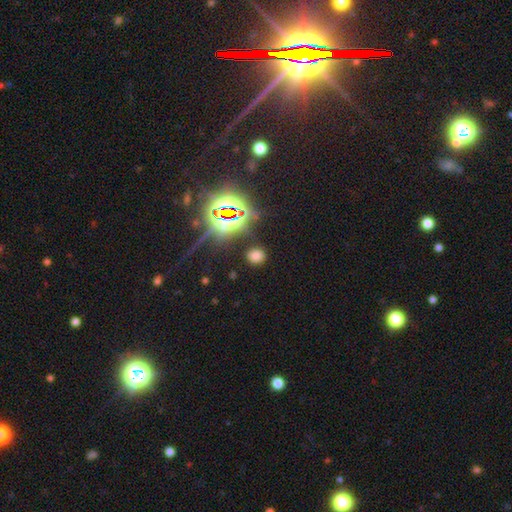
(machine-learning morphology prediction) Smooth or featured? smooth (62%)
How rounded? round (70%)
Merging? none (85%)